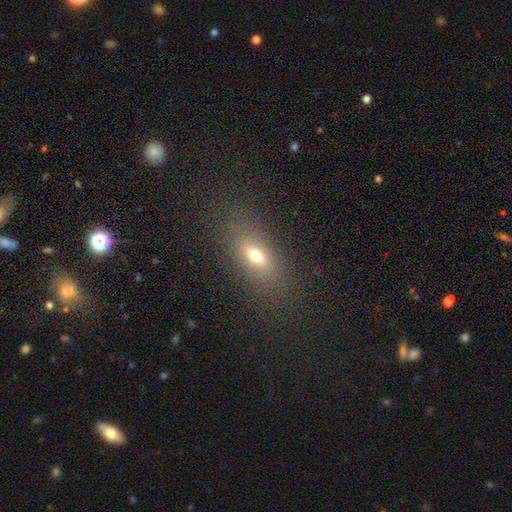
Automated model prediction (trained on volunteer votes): Smooth or featured? Predicted: smooth (p=0.64). How rounded? Predicted: in between (p=0.75). Merging? Predicted: none (p=0.81).